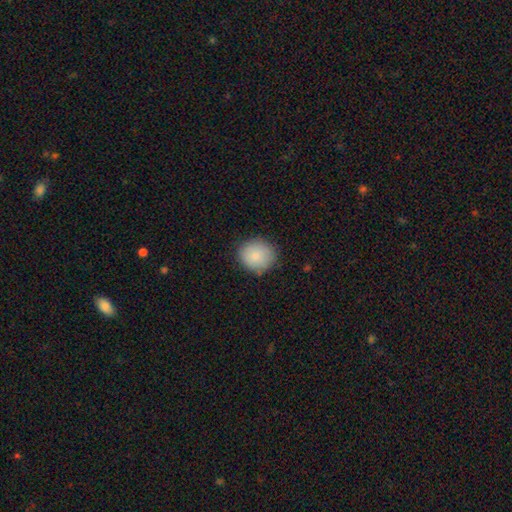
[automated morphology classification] Overall: smooth (86%). How rounded: round (84%). Merging: none (83%).